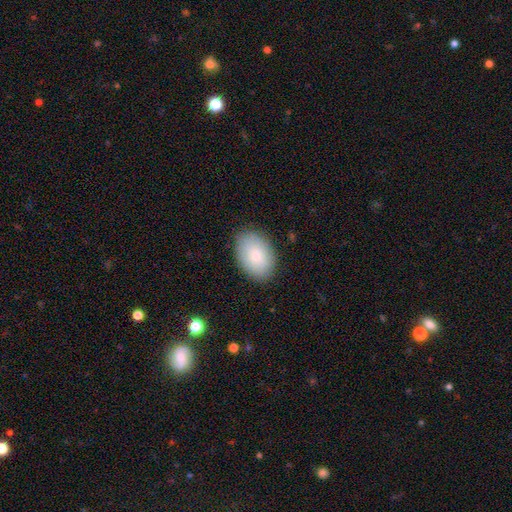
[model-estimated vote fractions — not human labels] This is likely a smooth galaxy (79%). How rounded: clearly in between (85%). Merging: clearly none (86%).